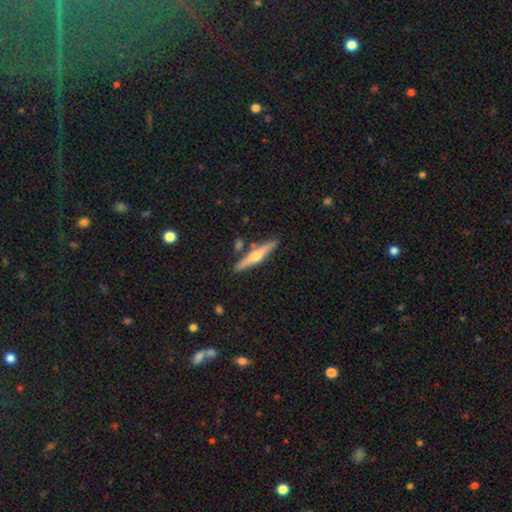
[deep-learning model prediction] Smooth or featured? Predicted: featured or disk (p=0.59). Edge-on disk? Predicted: yes (p=0.97). Edge-on bulge? Predicted: rounded (p=0.87). Merging? Predicted: none (p=0.83).